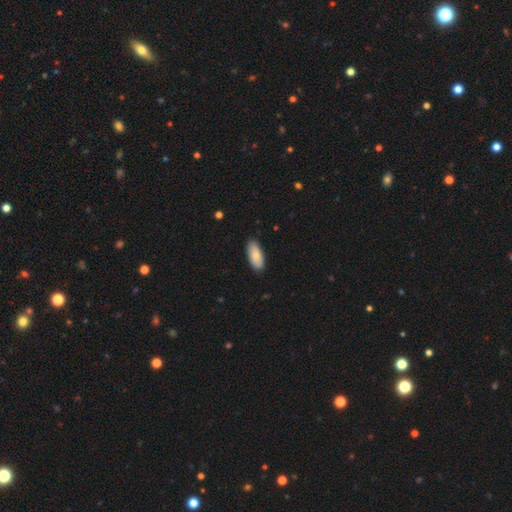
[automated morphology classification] A smooth galaxy with no disk features (83%) that is in between round and cigar-shaped (87%). Merging: none (86%).